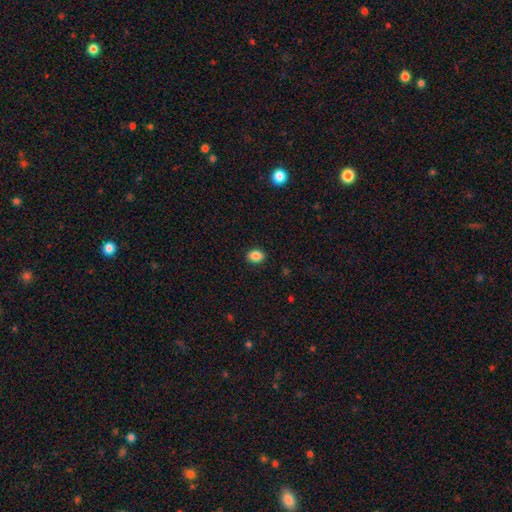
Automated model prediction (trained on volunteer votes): Morphology: type=smooth (86%); roundness=in between (61%); merging=none (90%).